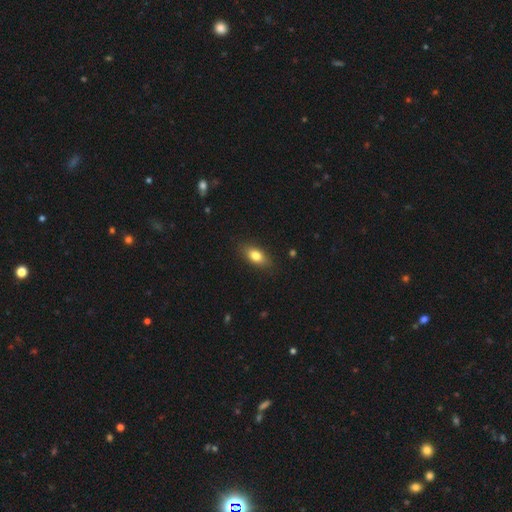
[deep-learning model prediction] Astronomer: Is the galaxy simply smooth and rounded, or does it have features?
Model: smooth — 80%.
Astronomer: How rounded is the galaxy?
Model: in between — 84%.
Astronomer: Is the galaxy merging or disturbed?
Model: none — 86%.